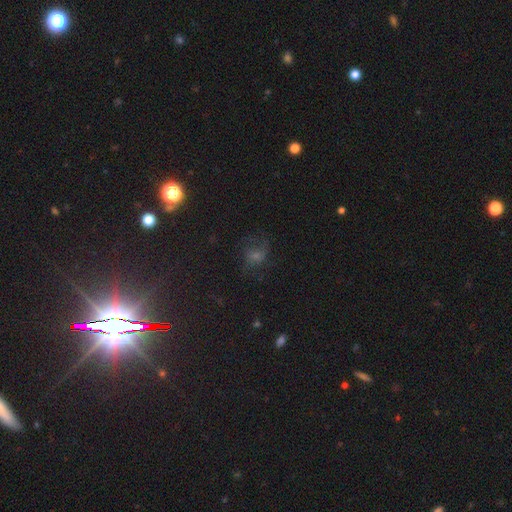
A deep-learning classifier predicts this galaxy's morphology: Smooth or featured? Predicted: star or artifact (p=0.41).